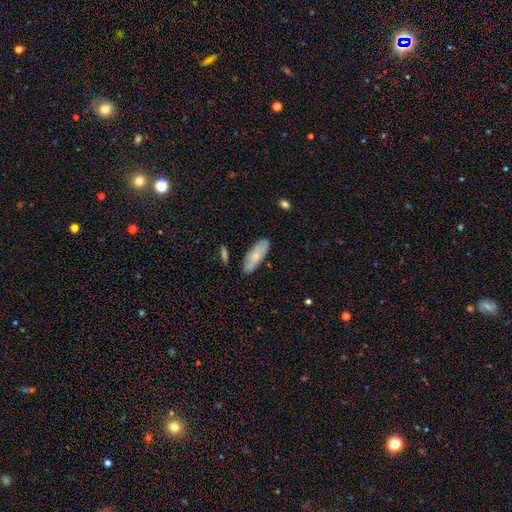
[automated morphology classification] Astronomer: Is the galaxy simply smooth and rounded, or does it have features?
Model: smooth — 67%.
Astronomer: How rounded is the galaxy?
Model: in between — 69%.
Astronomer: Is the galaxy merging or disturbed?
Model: none — 80%.